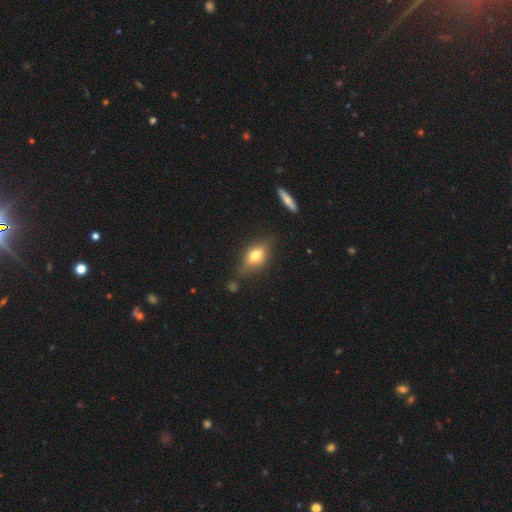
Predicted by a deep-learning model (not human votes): Smooth or featured? smooth (65%)
How rounded? in between (77%)
Merging? none (71%)